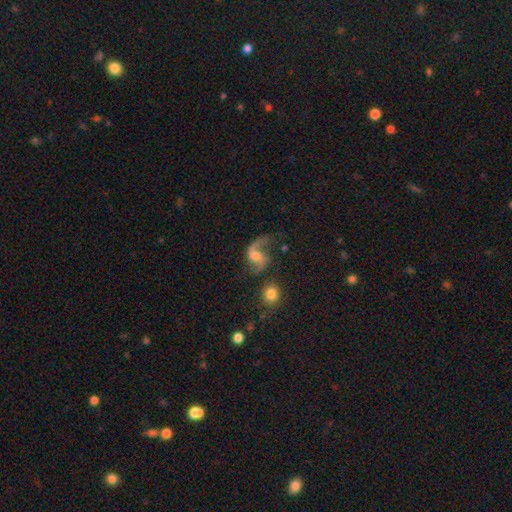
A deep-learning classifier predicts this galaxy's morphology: Overall: featured or disk (85%). Edge-on disk: no (98%). Bar: no (48%; weak 40%). Spiral arms: yes (96%). Spiral arm count: 2 (84%). Spiral winding: loose (78%). Bulge size: moderate (51%; small 35%). Merging: none (56%; major disturbance 20%).